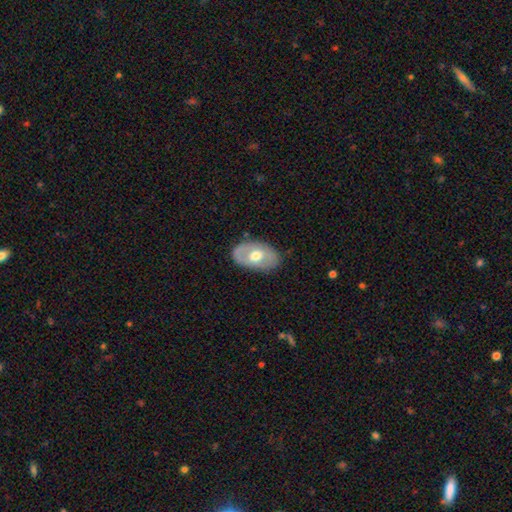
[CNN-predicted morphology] Smooth or featured? Predicted: smooth (p=0.49). Merging? Predicted: none (p=0.80).